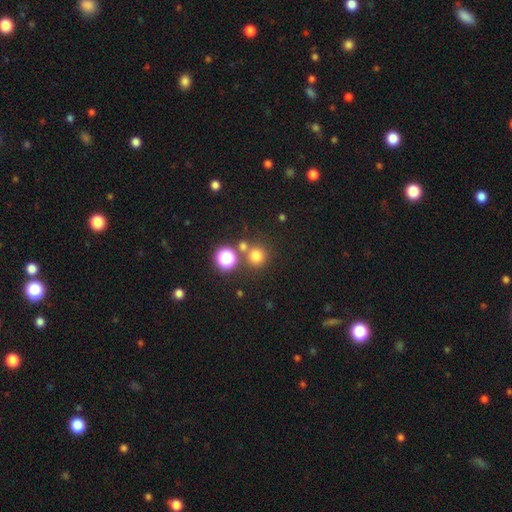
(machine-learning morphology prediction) smooth-or-featured: smooth: 73% | star or artifact: 21% | featured or disk: 7%
  how-rounded: round: 92% | in between: 7% | cigar-shaped: 1%
  merging: none: 71% | merger: 17% | minor disturbance: 8% | major disturbance: 4%